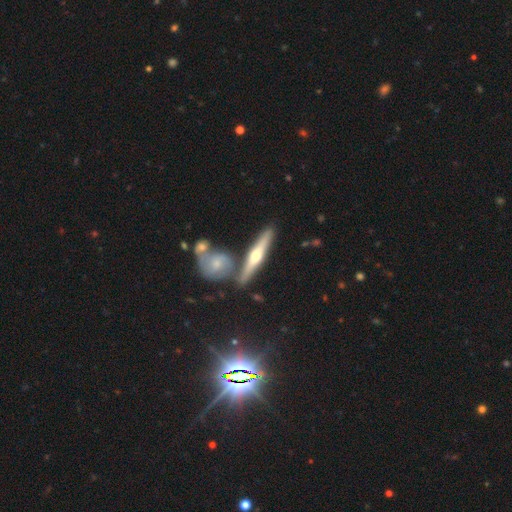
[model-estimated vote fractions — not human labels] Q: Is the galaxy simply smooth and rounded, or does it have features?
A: featured or disk — 67%.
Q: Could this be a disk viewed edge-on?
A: yes — 95%.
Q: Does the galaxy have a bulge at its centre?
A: rounded — 92%.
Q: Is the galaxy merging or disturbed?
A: none — 74%.